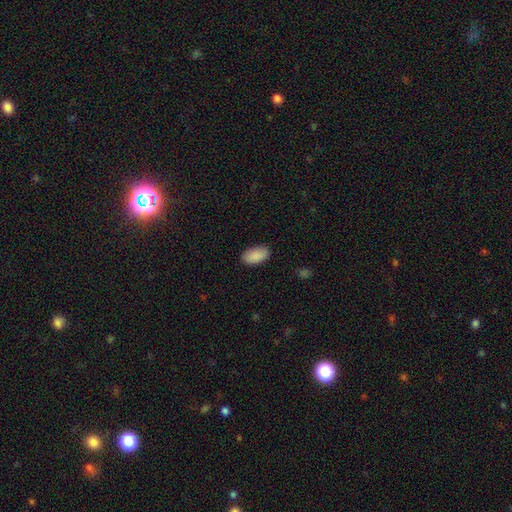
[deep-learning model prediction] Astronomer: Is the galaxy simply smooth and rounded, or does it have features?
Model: smooth — 90%.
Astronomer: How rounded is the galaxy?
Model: in between — 95%.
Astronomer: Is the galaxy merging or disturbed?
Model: none — 88%.